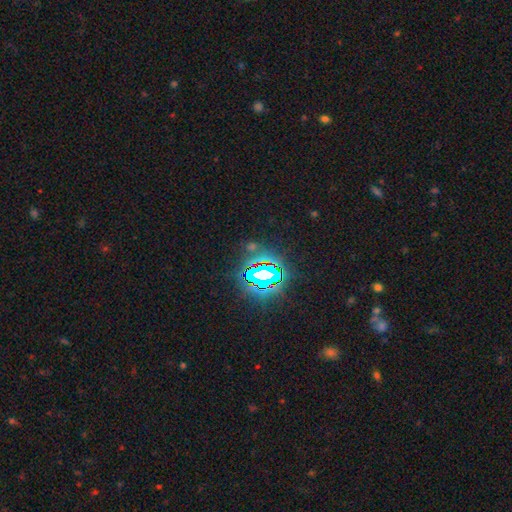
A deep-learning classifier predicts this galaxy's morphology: smooth-or-featured: star or artifact: 82% | smooth: 11% | featured or disk: 7%